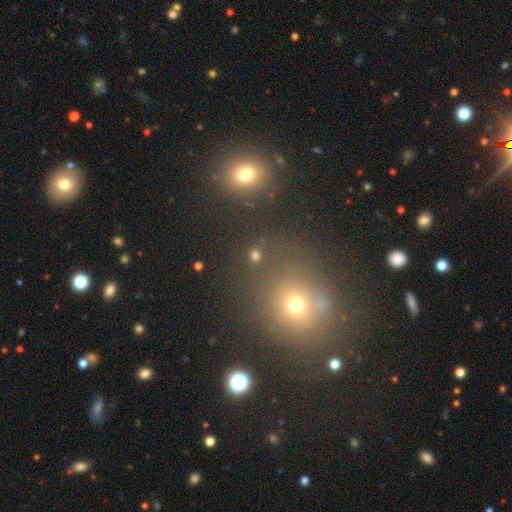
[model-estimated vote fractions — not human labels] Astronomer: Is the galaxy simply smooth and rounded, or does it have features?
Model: smooth — 59%.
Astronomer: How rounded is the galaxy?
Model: round — 70%.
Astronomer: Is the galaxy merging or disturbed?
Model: none — 67%.